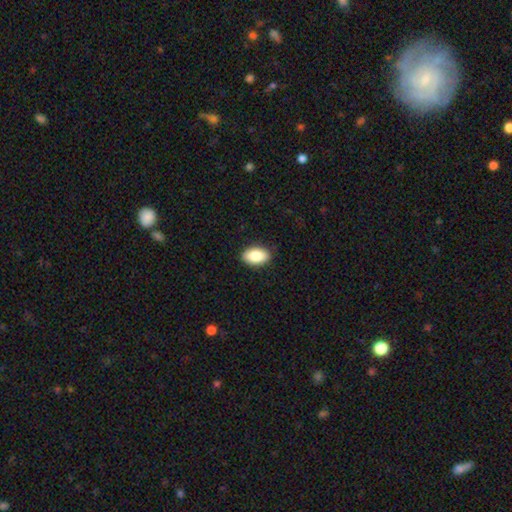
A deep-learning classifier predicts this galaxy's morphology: Overall: smooth (87%). How rounded: in between (93%). Merging: none (89%).